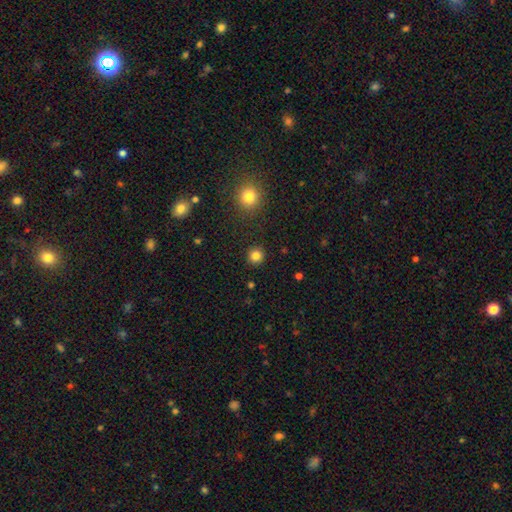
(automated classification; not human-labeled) Smooth or featured?
  - smooth: 83% *
  - star or artifact: 13%
  - featured or disk: 4%
How rounded?
  - round: 93% *
  - in between: 6%
  - cigar-shaped: 1%
Merging?
  - none: 91% *
  - minor disturbance: 5%
  - major disturbance: 2%
  - merger: 2%